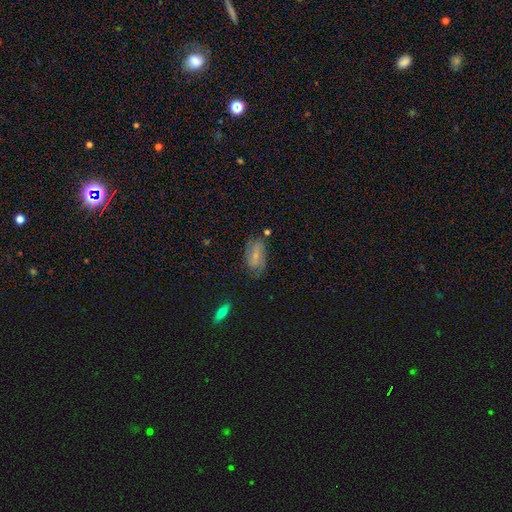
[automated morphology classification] type=featured or disk (52%); edge-on=no (93%); merging=none (67%).